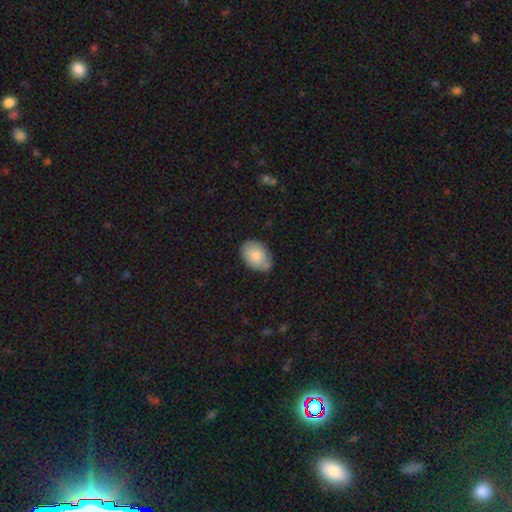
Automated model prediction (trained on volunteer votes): Overall: smooth (83%). How rounded: in between (85%). Merging: none (66%).